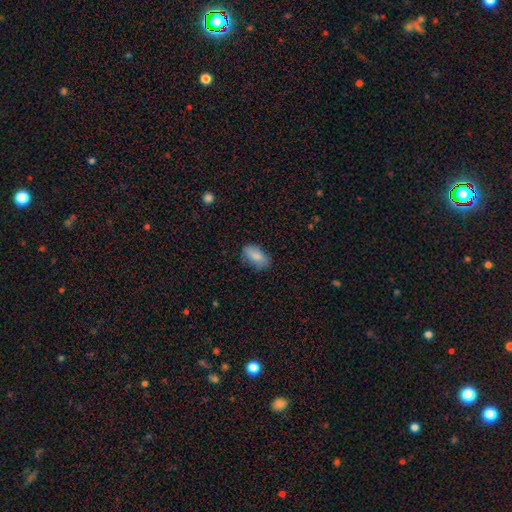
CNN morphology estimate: Smooth or featured: smooth — 84% (featured or disk — 9%)
How rounded: in between — 91% (cigar-shaped — 5%)
Merging: none — 74% (minor disturbance — 20%)